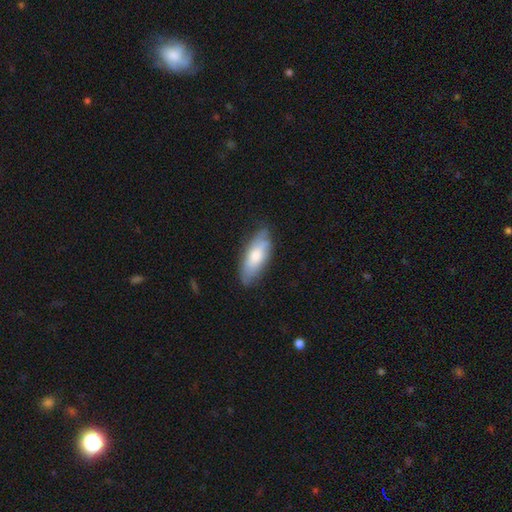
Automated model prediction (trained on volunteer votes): Smooth or featured? smooth (63%)
How rounded? in between (72%)
Merging? none (72%)